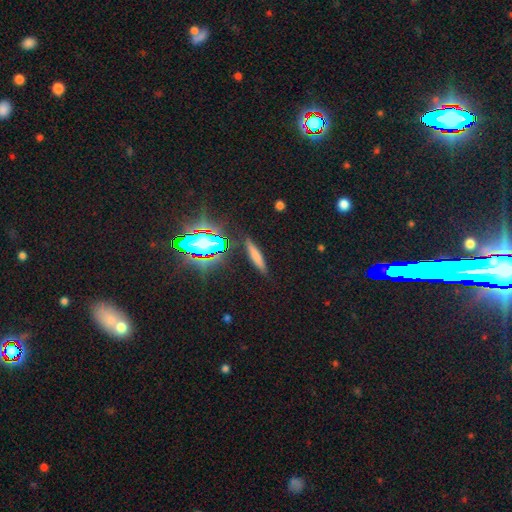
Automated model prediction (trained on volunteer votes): smooth_or_featured: smooth (p=0.65) [alt: featured or disk p=0.19]
how_rounded: cigar-shaped (p=0.85) [alt: in between p=0.12]
merging: none (p=0.85) [alt: minor disturbance p=0.10]